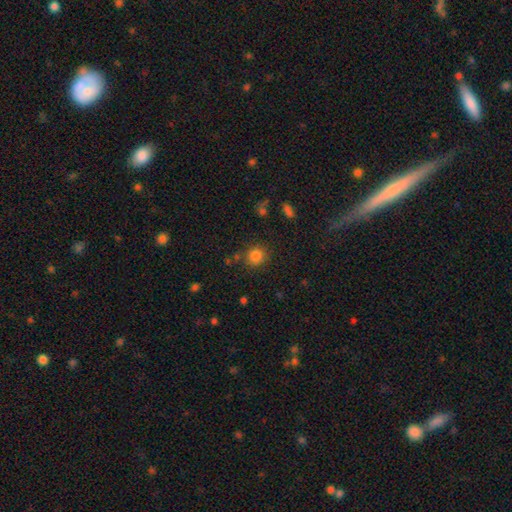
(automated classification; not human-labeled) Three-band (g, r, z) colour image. It shows a smooth galaxy with no disk features (82%) that is round (86%). Merging: none (82%).